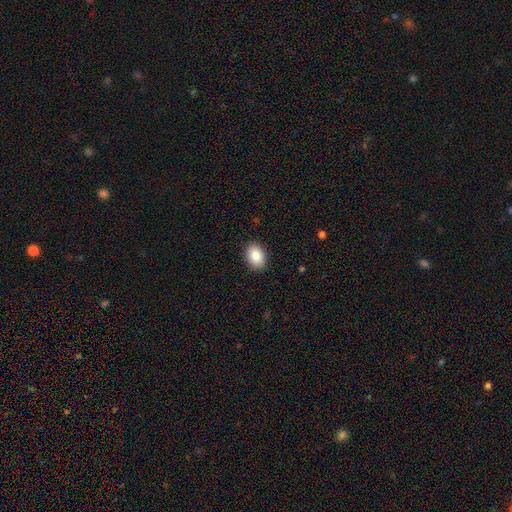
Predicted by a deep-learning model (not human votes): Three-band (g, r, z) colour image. It shows a smooth galaxy with no disk features (88%) that is in between round and cigar-shaped (80%). Merging: none (90%).